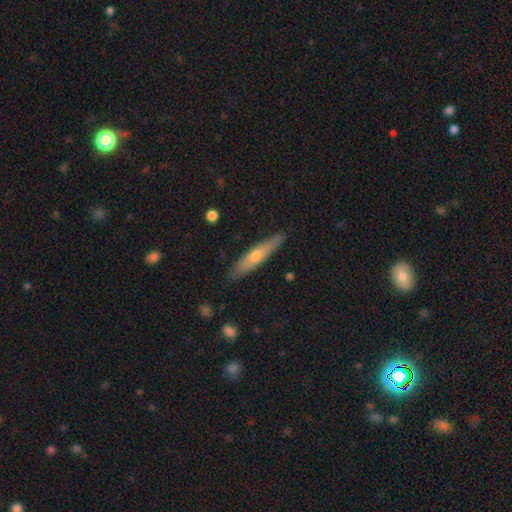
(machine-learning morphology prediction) Smooth or featured: smooth — 48% (featured or disk — 46%)
Merging: none — 86% (minor disturbance — 11%)